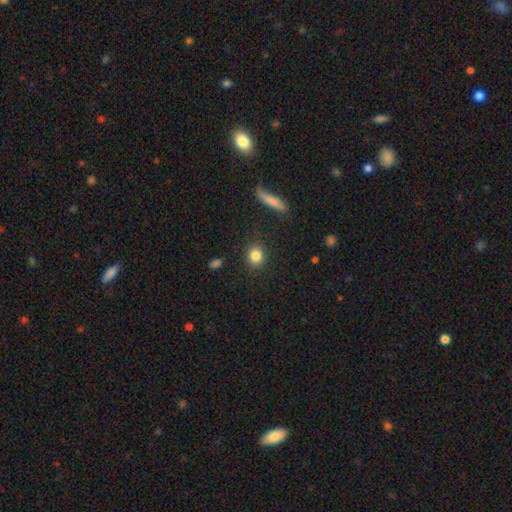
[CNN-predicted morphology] Smooth or featured? Predicted: smooth (p=0.84). How rounded? Predicted: round (p=0.67). Merging? Predicted: none (p=0.88).